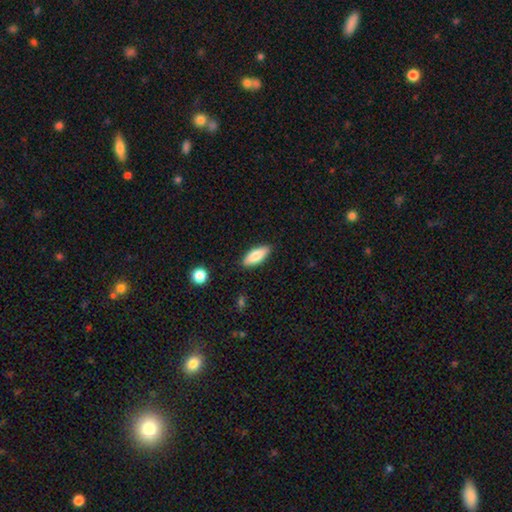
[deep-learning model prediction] smooth_or_featured: smooth (p=0.79) [alt: featured or disk p=0.14]
how_rounded: in between (p=0.75) [alt: cigar-shaped p=0.23]
merging: none (p=0.86) [alt: minor disturbance p=0.10]